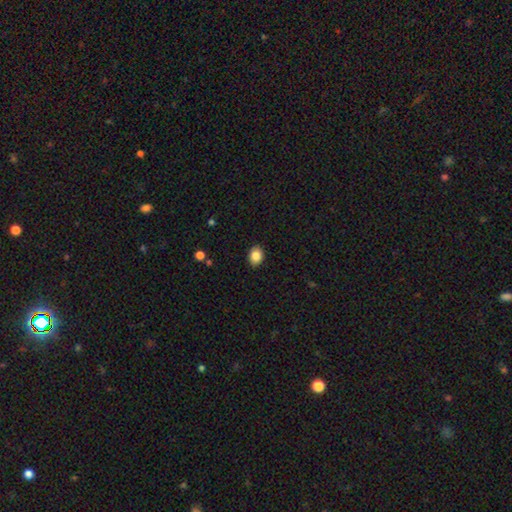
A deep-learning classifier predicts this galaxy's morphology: This is clearly a smooth galaxy (86%). How rounded: likely in between (62%). Merging: clearly none (89%).